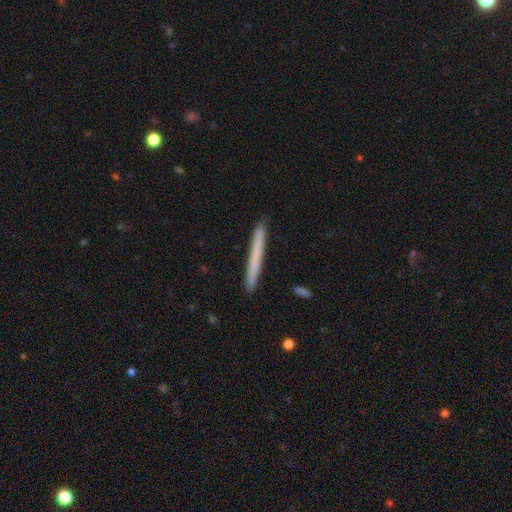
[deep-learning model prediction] smooth 64%, featured or disk 30%, star or artifact 6%. Down the decision tree: how rounded — cigar-shaped (97%); merging — none (92%).